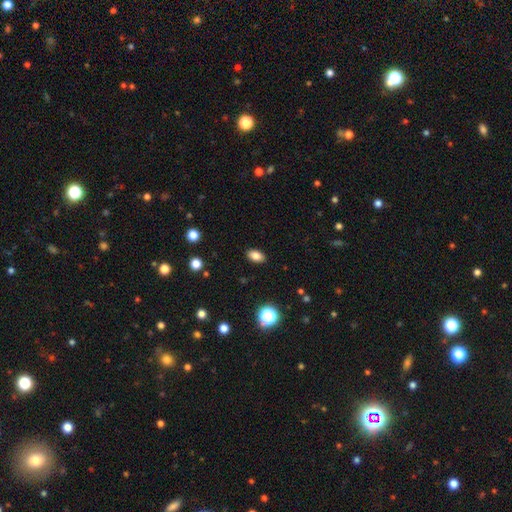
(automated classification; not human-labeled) Q: Smooth or featured?
A: smooth (83%); runner-up: star or artifact (11%)
Q: How rounded?
A: in between (88%); runner-up: round (10%)
Q: Merging?
A: none (89%); runner-up: minor disturbance (8%)